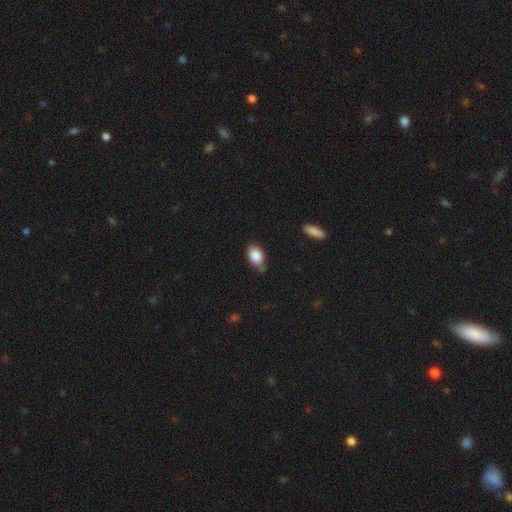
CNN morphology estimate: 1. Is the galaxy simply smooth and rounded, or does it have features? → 84% smooth, 9% featured or disk, 7% star or artifact.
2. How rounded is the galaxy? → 86% in between, 12% round, 3% cigar-shaped.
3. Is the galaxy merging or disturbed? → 58% none, 31% minor disturbance, 6% merger, 5% major disturbance.